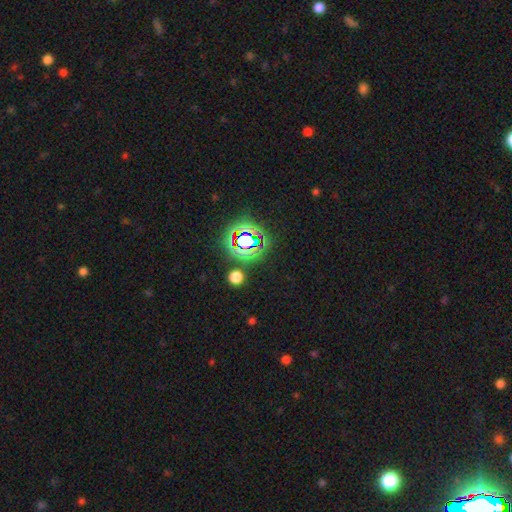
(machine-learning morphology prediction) Smooth or featured? Predicted: star or artifact (p=0.74).